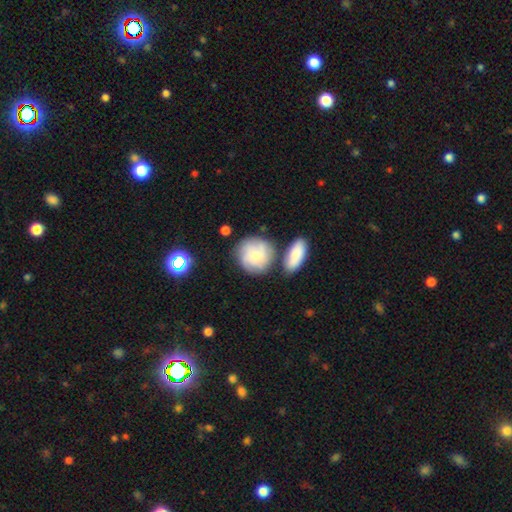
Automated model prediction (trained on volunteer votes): Smooth or featured?
  - smooth: 57% *
  - featured or disk: 36%
  - star or artifact: 7%
How rounded?
  - round: 85% *
  - in between: 14%
  - cigar-shaped: 1%
Merging?
  - none: 64% *
  - merger: 15%
  - minor disturbance: 15%
  - major disturbance: 5%